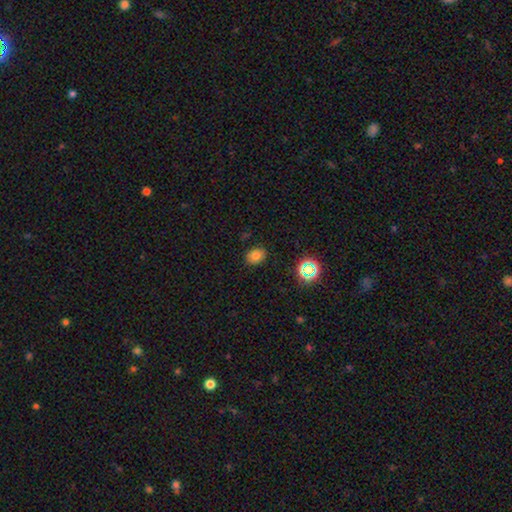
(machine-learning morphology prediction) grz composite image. It shows a smooth galaxy with no disk features (77%) that is in between round and cigar-shaped (61%). Merging: none (84%).